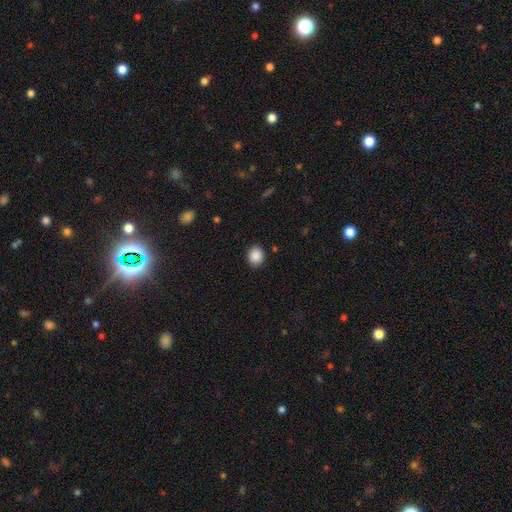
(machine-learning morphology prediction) The model was most divided on "how rounded": round: 63%, in between: 36%, cigar-shaped: 1%. More confident: merging — none (89%); smooth or featured — smooth (89%).